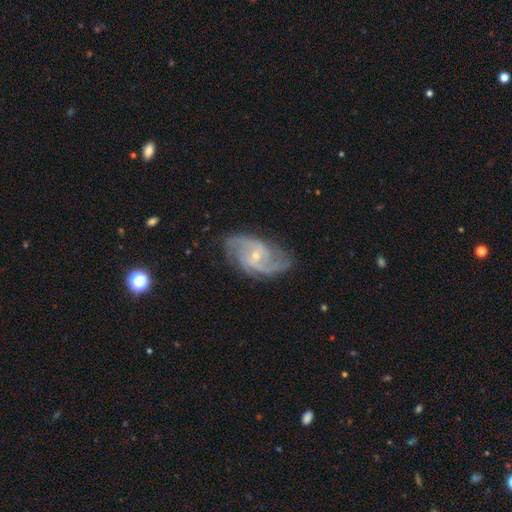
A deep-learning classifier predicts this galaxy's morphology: Overall: featured or disk (88%). Edge-on disk: no (97%). Bar: weak (45%; no 43%). Spiral arms: yes (97%). Spiral arm count: 2 (63%). Spiral winding: medium (53%; tight 25%). Bulge size: small (72%). Merging: none (76%).